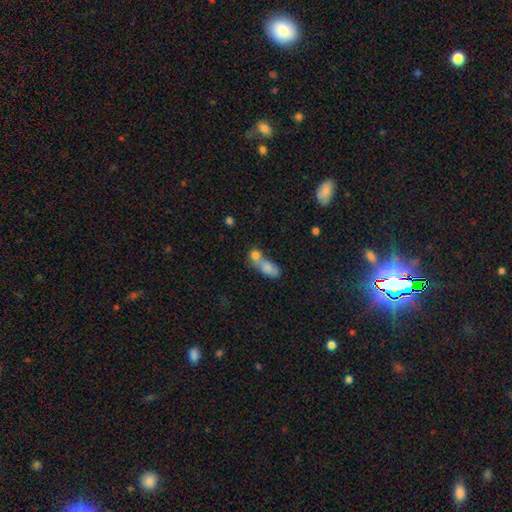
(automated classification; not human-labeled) This is likely a smooth galaxy (76%). How rounded: possibly in between (58%). Merging: likely merger (64%).